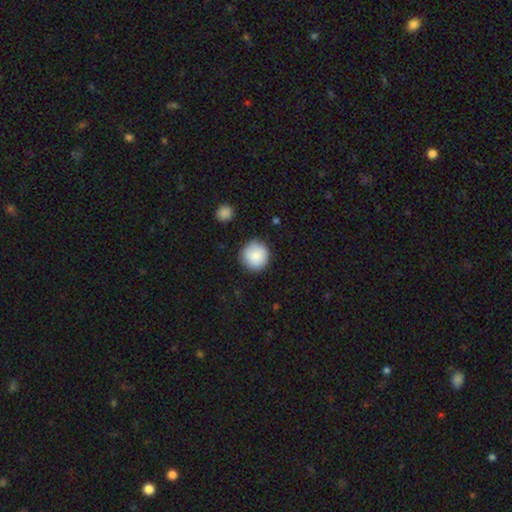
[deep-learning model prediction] Smooth or featured: smooth — 85% (star or artifact — 7%)
How rounded: round — 95% (in between — 5%)
Merging: none — 86% (minor disturbance — 10%)